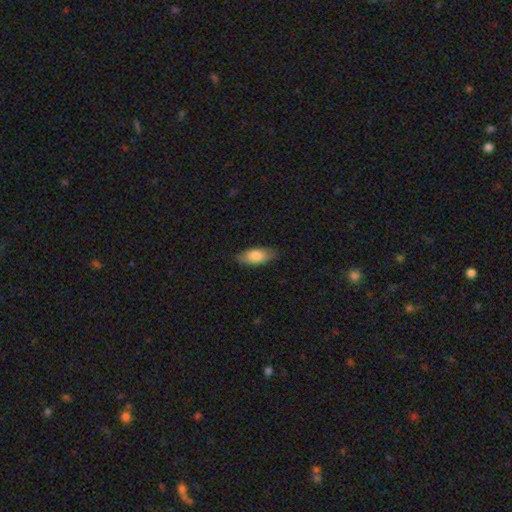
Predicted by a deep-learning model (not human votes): Q: Smooth or featured?
A: smooth (81%); runner-up: featured or disk (13%)
Q: How rounded?
A: in between (86%); runner-up: cigar-shaped (12%)
Q: Merging?
A: none (82%); runner-up: minor disturbance (14%)